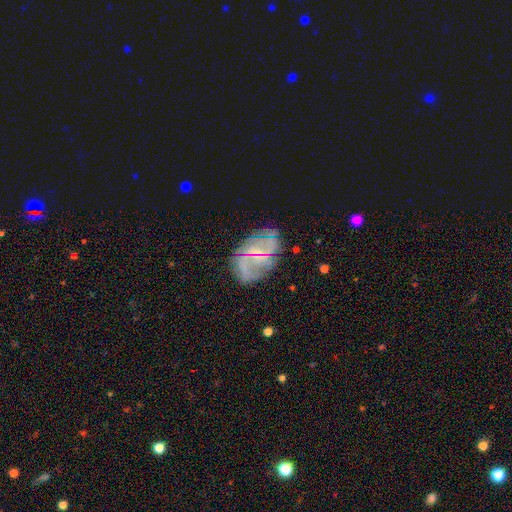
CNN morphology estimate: Smooth or featured? featured or disk (69%)
Edge-on disk? no (96%)
Bar? no (53%)
Spiral arms? yes (82%)
Spiral winding? medium (39%)
Spiral arm count? can't tell (39%)
Bulge size? small (59%)
Merging? none (72%)